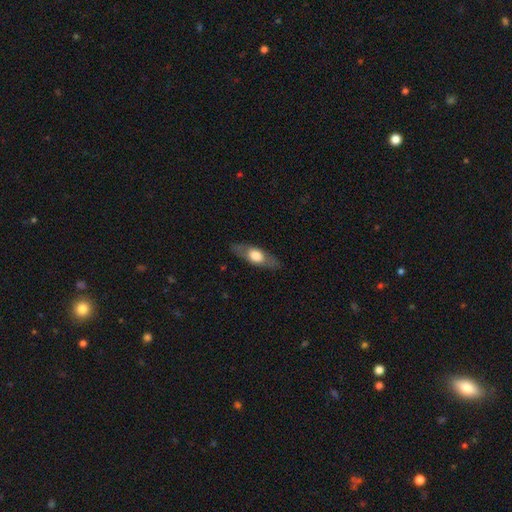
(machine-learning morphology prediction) smooth-or-featured: smooth: 49% | featured or disk: 46% | star or artifact: 6%
  merging: none: 82% | minor disturbance: 12% | major disturbance: 4% | merger: 1%